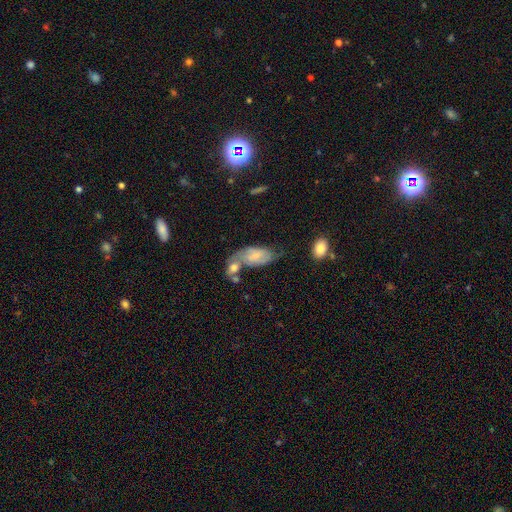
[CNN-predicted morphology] Smooth or featured? smooth (49%)
Merging? merger (37%)